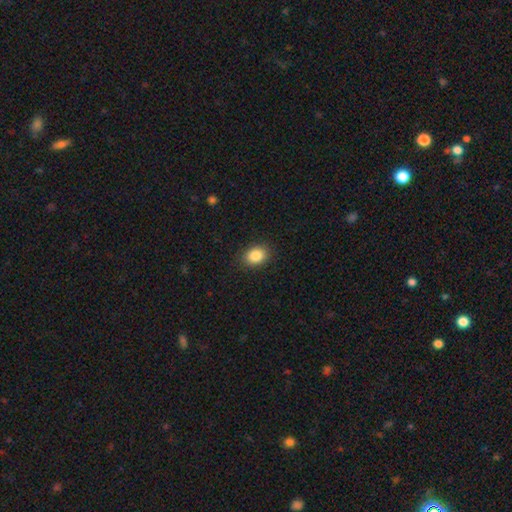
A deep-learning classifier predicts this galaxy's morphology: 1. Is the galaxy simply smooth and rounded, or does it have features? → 87% smooth, 8% star or artifact, 5% featured or disk.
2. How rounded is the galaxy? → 66% in between, 33% round, 1% cigar-shaped.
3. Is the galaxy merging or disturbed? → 88% none, 9% minor disturbance, 2% major disturbance, 1% merger.